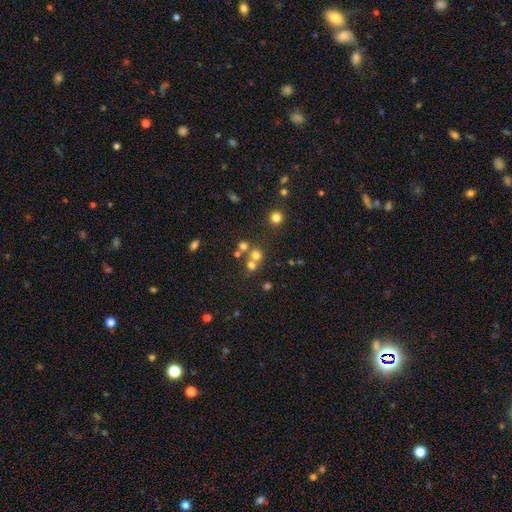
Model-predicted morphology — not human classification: Smooth or featured: smooth — 64% (star or artifact — 23%)
How rounded: round — 87% (in between — 12%)
Merging: none — 54% (merger — 36%)